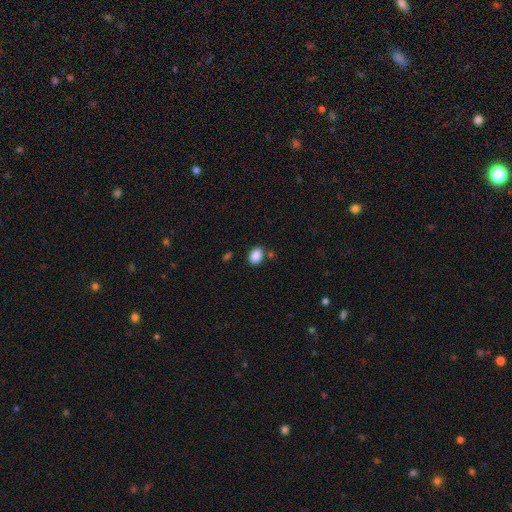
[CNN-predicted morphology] This is clearly a smooth galaxy (88%). How rounded: likely in between (77%). Merging: likely none (79%).